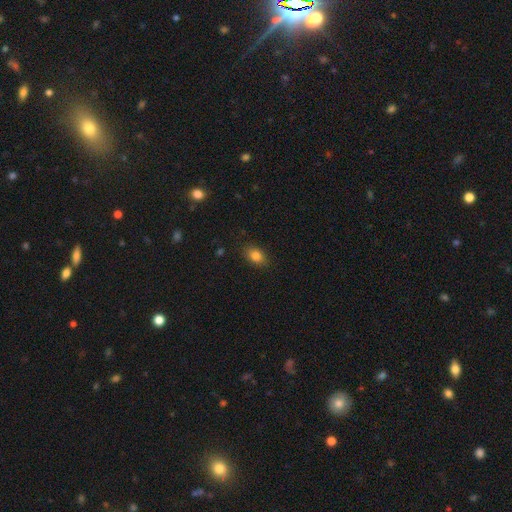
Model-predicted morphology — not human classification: smooth_or_featured: smooth (p=0.83) [alt: star or artifact p=0.10]
how_rounded: in between (p=0.78) [alt: round p=0.21]
merging: none (p=0.86) [alt: minor disturbance p=0.10]